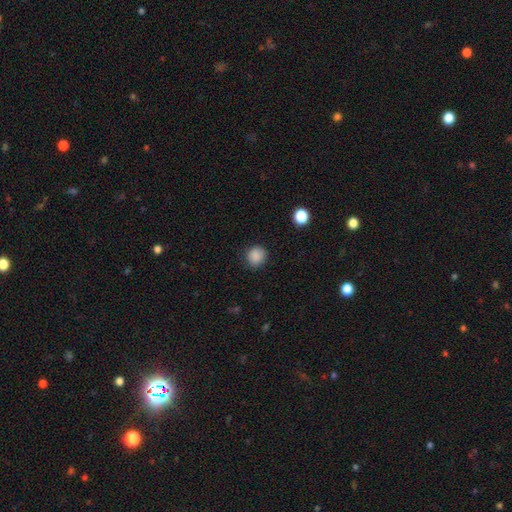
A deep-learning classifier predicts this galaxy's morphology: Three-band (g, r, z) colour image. It shows a smooth galaxy with no disk features (87%) that is round (87%). Merging: none (87%).